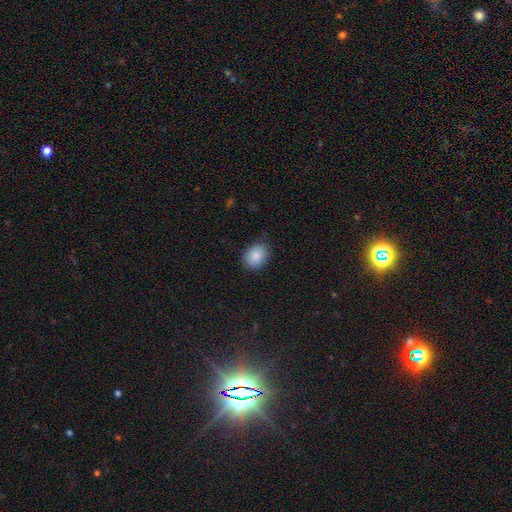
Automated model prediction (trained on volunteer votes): This is clearly a smooth galaxy (86%). How rounded: possibly in between (50%). Merging: clearly none (85%).